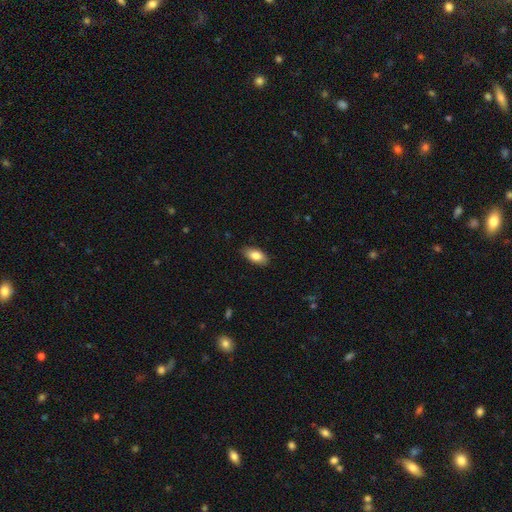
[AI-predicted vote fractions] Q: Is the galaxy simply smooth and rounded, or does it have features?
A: smooth — 84%.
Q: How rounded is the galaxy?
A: in between — 91%.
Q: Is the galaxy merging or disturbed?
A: none — 87%.